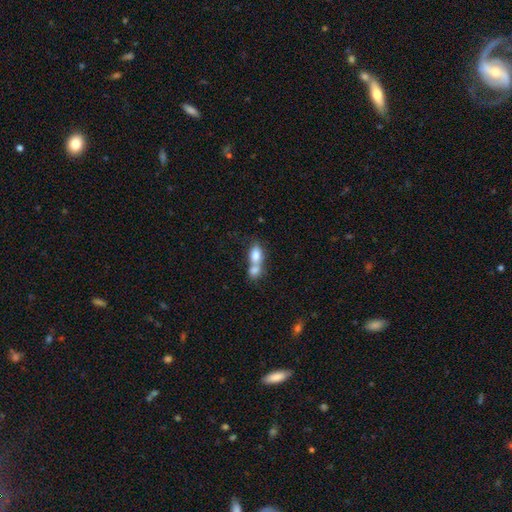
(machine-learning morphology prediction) Smooth or featured? Predicted: smooth (p=0.77). How rounded? Predicted: in between (p=0.75). Merging? Predicted: merger (p=0.74).